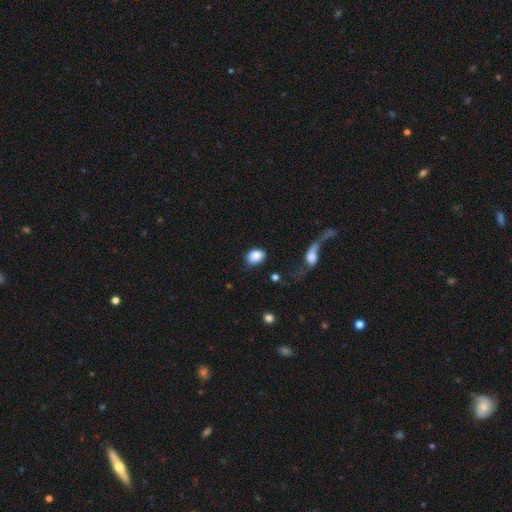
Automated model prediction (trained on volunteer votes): A smooth galaxy with no disk features (85%) that is in between round and cigar-shaped (65%).

Vote fractions:
- Smooth or featured? smooth: 85% / featured or disk: 8% / star or artifact: 7%
- How rounded? in between: 65% / round: 33% / cigar-shaped: 1%
- Merging? none: 66% / minor disturbance: 19% / major disturbance: 9% / merger: 6%